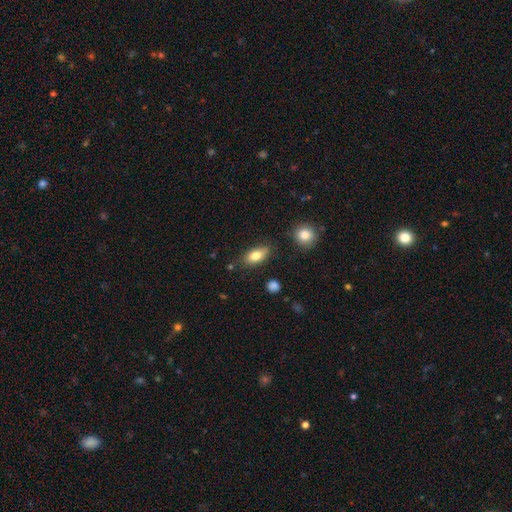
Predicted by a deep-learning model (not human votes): Smooth or featured? smooth (80%)
How rounded? in between (88%)
Merging? none (78%)